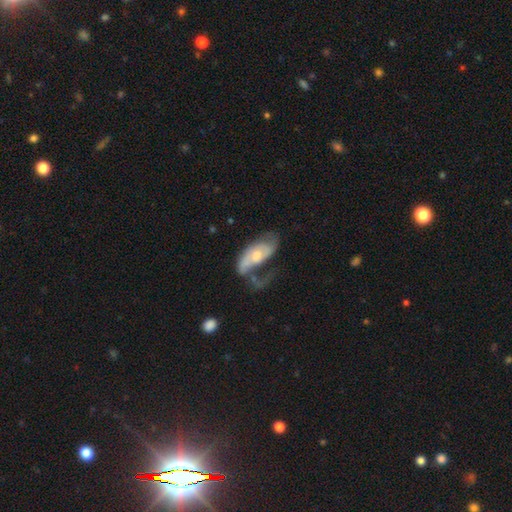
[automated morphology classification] This appears to be a featured or disk galaxy (63%) with no bar (63%), spiral arms (80%) and a moderate central bulge (49%). Merging: major disturbance (41%).